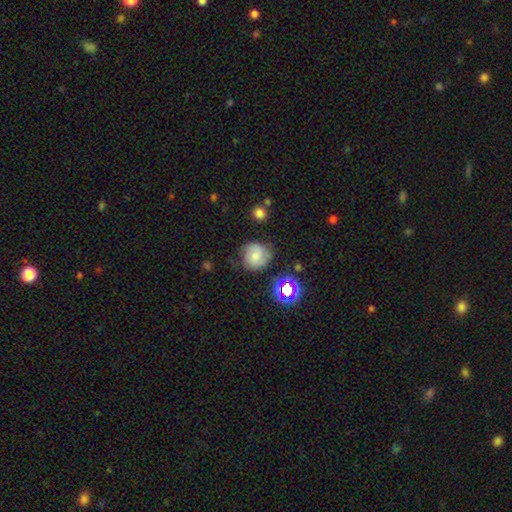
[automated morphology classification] smooth_or_featured: smooth (p=0.64) [alt: featured or disk p=0.23]
how_rounded: round (p=0.86) [alt: in between p=0.13]
merging: none (p=0.67) [alt: minor disturbance p=0.23]